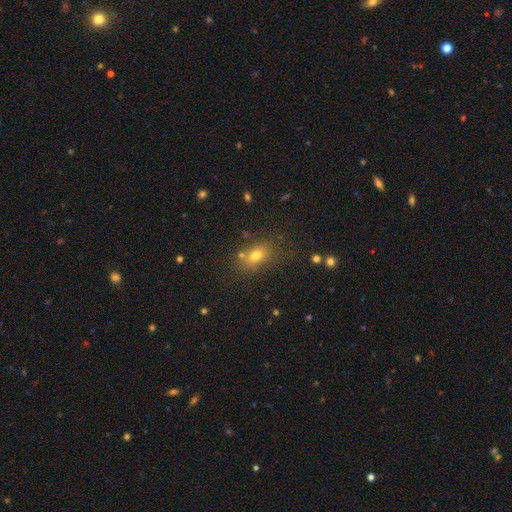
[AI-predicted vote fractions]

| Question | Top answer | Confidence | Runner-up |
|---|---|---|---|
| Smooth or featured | smooth | 71% | star or artifact (17%) |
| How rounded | in between | 70% | round (28%) |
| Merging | none | 72% | minor disturbance (14%) |